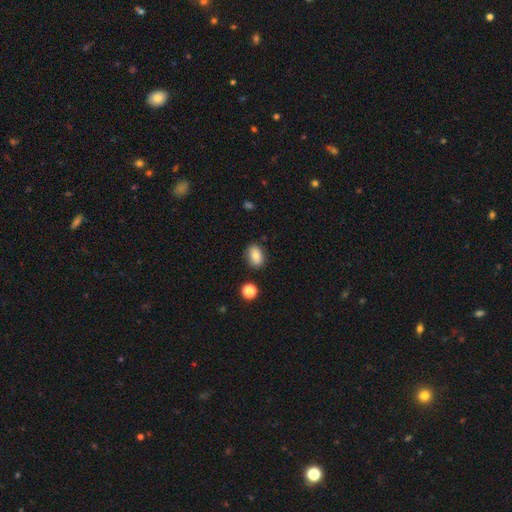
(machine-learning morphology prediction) Smooth or featured? smooth (83%)
How rounded? in between (77%)
Merging? none (83%)